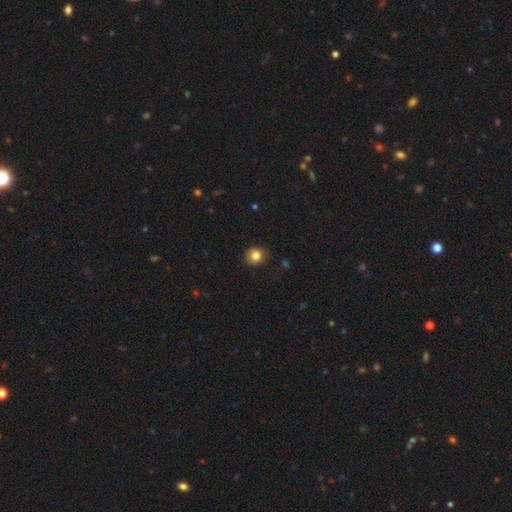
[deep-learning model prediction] Smooth or featured?
  - smooth: 82% *
  - star or artifact: 10%
  - featured or disk: 8%
How rounded?
  - round: 79% *
  - in between: 20%
  - cigar-shaped: 1%
Merging?
  - none: 79% *
  - minor disturbance: 17%
  - major disturbance: 3%
  - merger: 1%